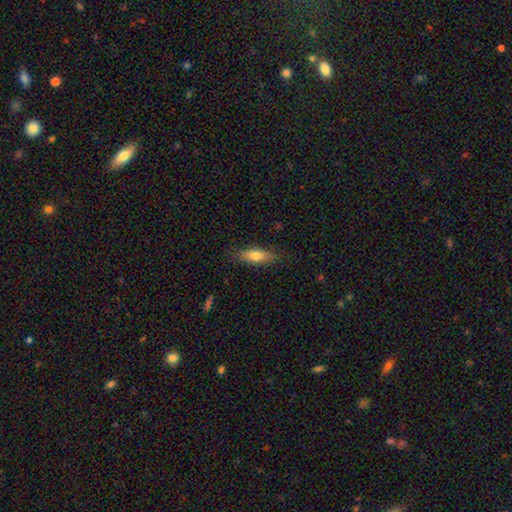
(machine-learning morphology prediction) Smooth or featured? smooth (71%)
How rounded? in between (55%)
Merging? none (84%)